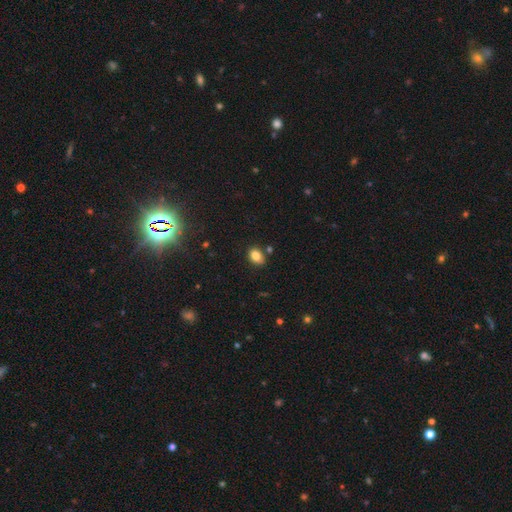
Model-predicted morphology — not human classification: Overall: smooth (83%). How rounded: in between (74%). Merging: none (80%).